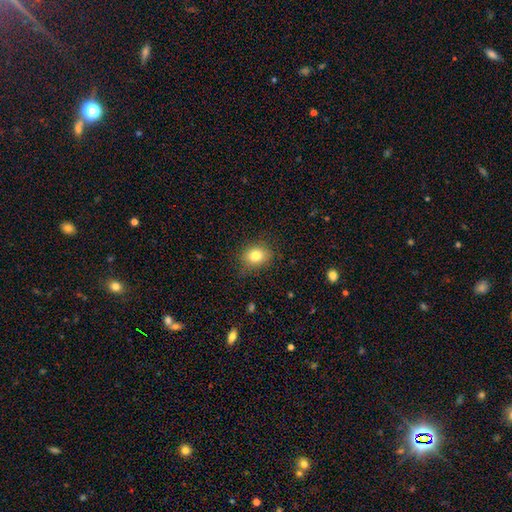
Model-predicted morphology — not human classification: smooth_or_featured: smooth (p=0.81) [alt: star or artifact p=0.11]
how_rounded: round (p=0.54) [alt: in between p=0.45]
merging: none (p=0.82) [alt: minor disturbance p=0.14]